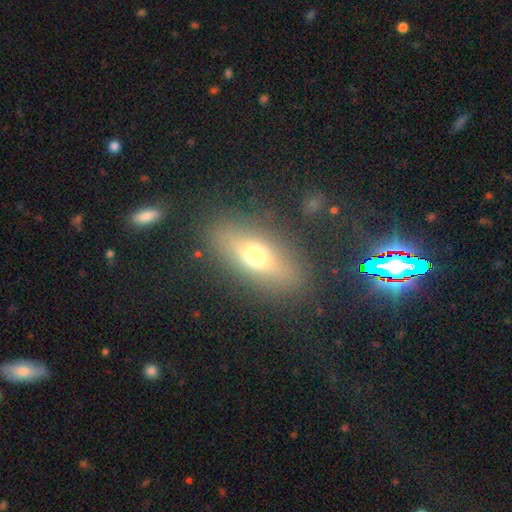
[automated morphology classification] This appears to be a smooth galaxy with no disk features (60%) that is in between round and cigar-shaped (66%). Merging: none (84%).